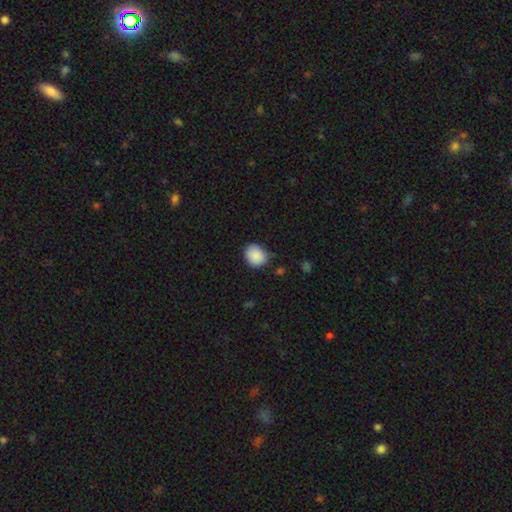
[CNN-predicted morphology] Smooth or featured? smooth (88%)
How rounded? round (68%)
Merging? none (69%)